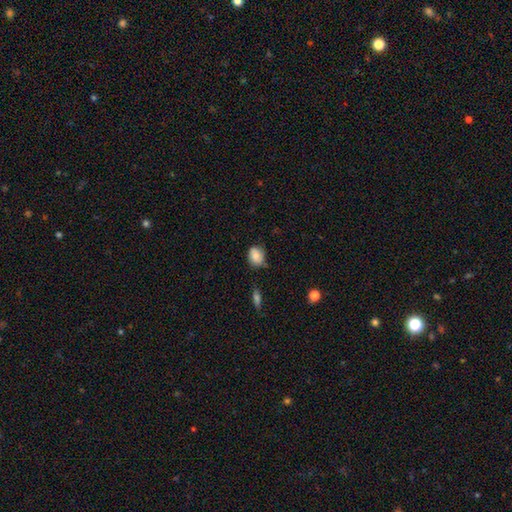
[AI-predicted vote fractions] Morphology: type=smooth (81%); roundness=round (50%); merging=none (66%).